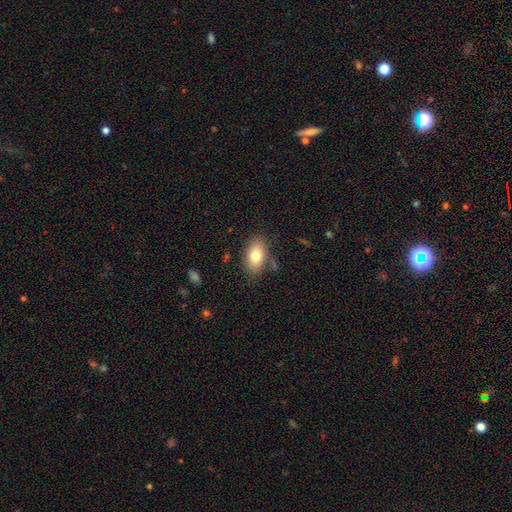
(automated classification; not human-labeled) Smooth or featured?
  - smooth: 79% *
  - featured or disk: 13%
  - star or artifact: 8%
How rounded?
  - in between: 91% *
  - round: 7%
  - cigar-shaped: 2%
Merging?
  - none: 80% *
  - minor disturbance: 13%
  - major disturbance: 3%
  - merger: 3%